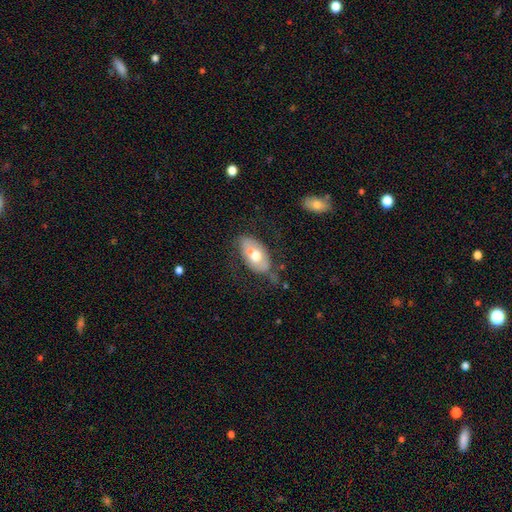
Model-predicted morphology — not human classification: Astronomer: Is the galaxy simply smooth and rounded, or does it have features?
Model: smooth — 52% (runner-up: featured or disk, 42%).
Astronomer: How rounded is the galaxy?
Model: in between — 92%.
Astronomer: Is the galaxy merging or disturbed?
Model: none — 47% (runner-up: minor disturbance, 24%).